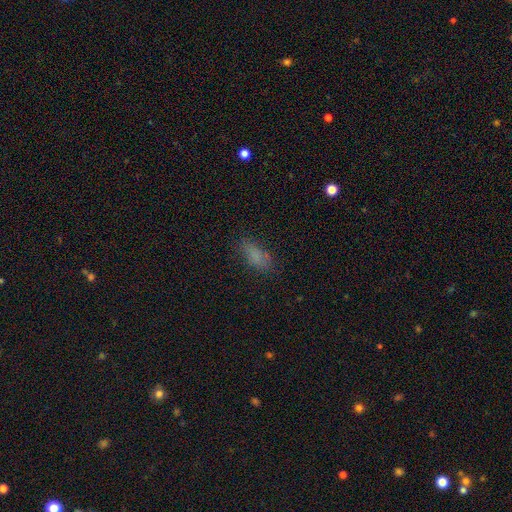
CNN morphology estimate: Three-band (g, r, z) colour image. It shows a smooth galaxy with no disk features (78%) that is in between round and cigar-shaped (77%). Merging: none (73%).